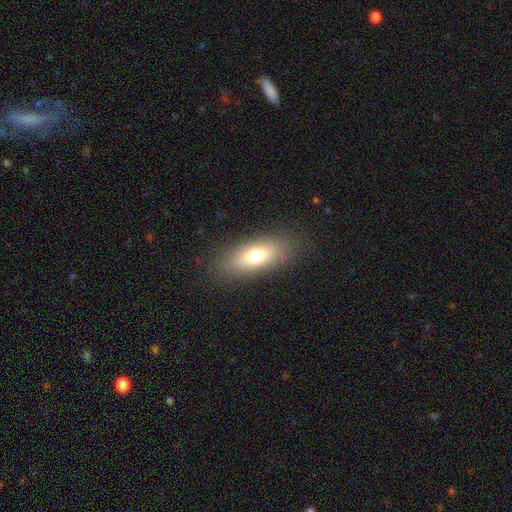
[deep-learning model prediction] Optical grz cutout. It shows a smooth galaxy with no disk features (70%) that is in between round and cigar-shaped (75%). Merging: none (85%).